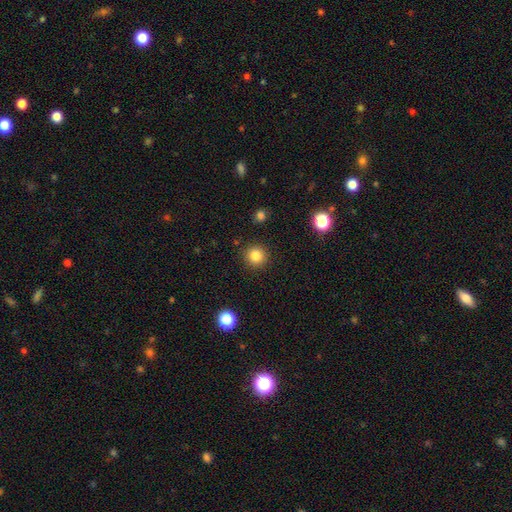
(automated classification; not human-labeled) The model was most divided on "smooth or featured": smooth: 84%, star or artifact: 11%, featured or disk: 5%. More confident: how rounded — round (94%); merging — none (91%).